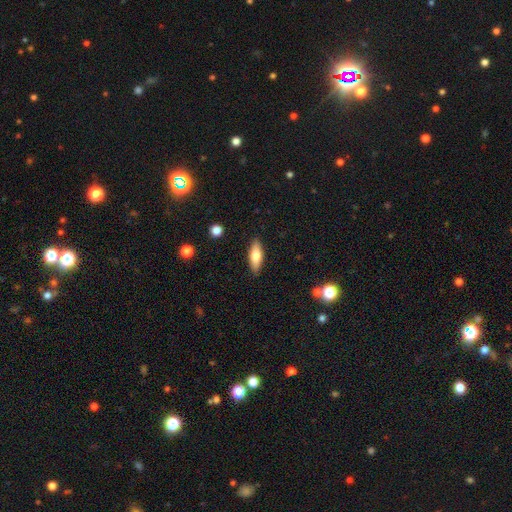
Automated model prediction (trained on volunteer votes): This is likely a smooth galaxy (71%). How rounded: likely in between (62%). Merging: clearly none (88%).